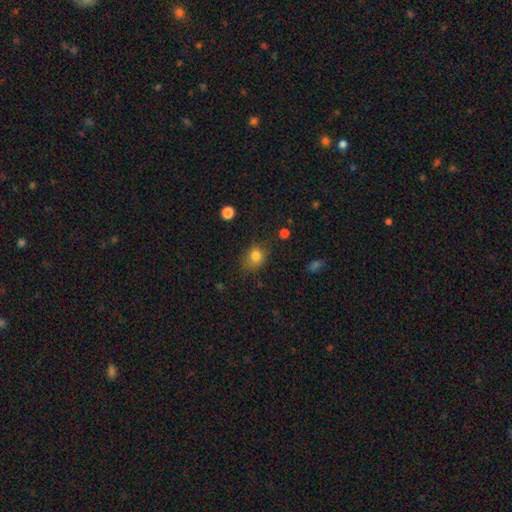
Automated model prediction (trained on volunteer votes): Smooth or featured? smooth (80%)
How rounded? in between (52%)
Merging? none (68%)